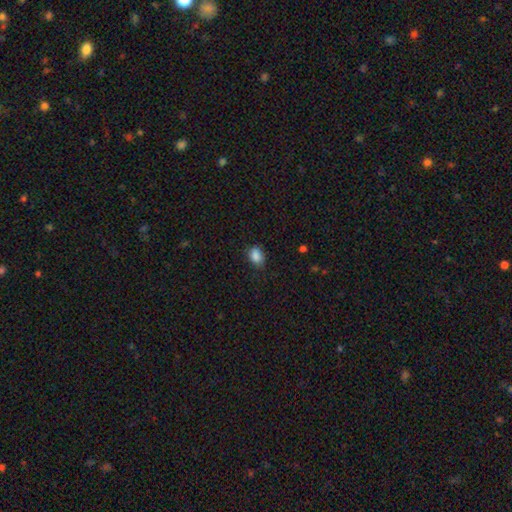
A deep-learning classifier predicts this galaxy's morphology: This appears to be a smooth galaxy with no disk features (86%) that is in between round and cigar-shaped (73%). Merging: none (74%).